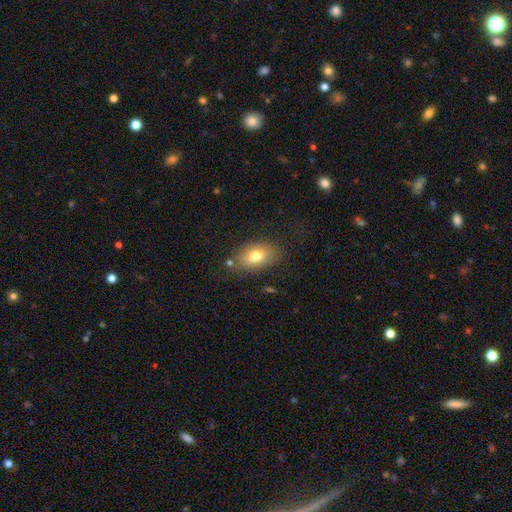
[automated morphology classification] Q: Smooth or featured?
A: smooth (75%); runner-up: featured or disk (16%)
Q: How rounded?
A: in between (86%); runner-up: round (12%)
Q: Merging?
A: none (76%); runner-up: minor disturbance (15%)